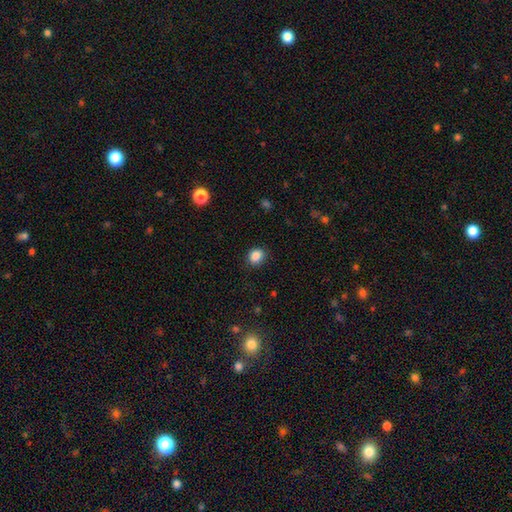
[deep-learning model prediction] Overall: smooth (87%). How rounded: round (60%; in between 39%). Merging: none (84%).